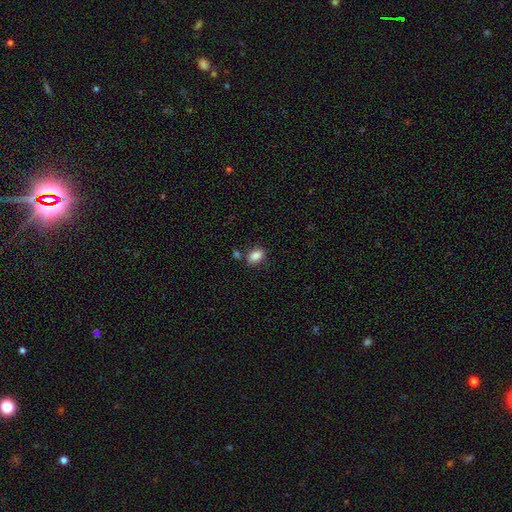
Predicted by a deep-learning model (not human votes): This is clearly a smooth galaxy (87%). How rounded: clearly in between (87%). Merging: likely none (74%).